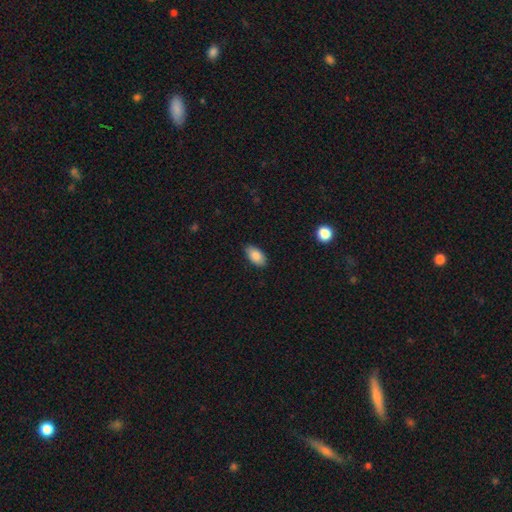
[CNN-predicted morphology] type=smooth (87%); roundness=in between (94%); merging=none (85%).